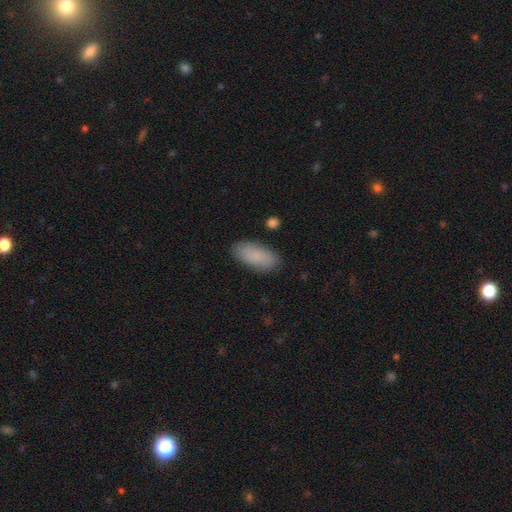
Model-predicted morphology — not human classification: A smooth galaxy with no disk features (88%) that is in between round and cigar-shaped (86%). Merging: none (85%).